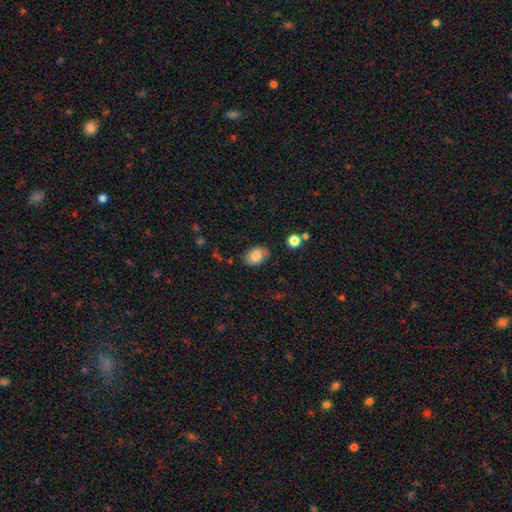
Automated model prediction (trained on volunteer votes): Morphology: type=smooth (82%); roundness=in between (82%); merging=none (80%).